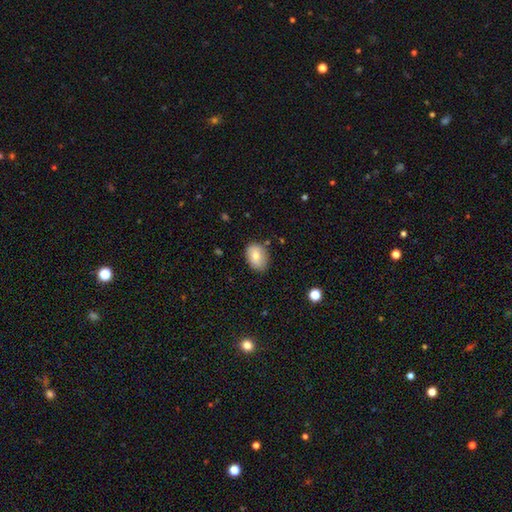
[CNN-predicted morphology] A smooth galaxy with no disk features (77%) that is in between round and cigar-shaped (76%).

Vote fractions:
- Smooth or featured? smooth: 77% / featured or disk: 15% / star or artifact: 8%
- How rounded? in between: 76% / round: 23% / cigar-shaped: 1%
- Merging? none: 77% / minor disturbance: 18% / major disturbance: 3% / merger: 2%